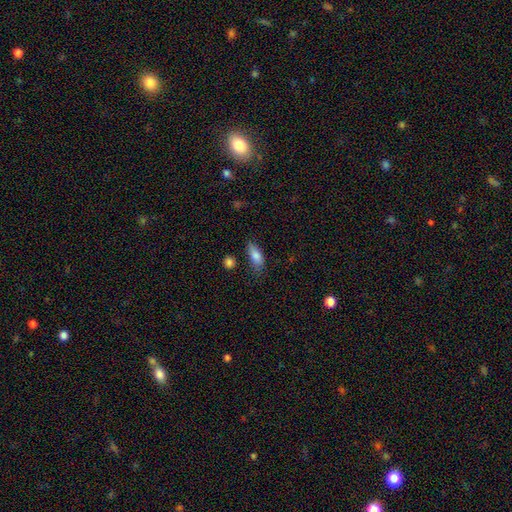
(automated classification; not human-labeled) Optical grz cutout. It shows a smooth galaxy with no disk features (82%) that is in between round and cigar-shaped (76%). Merging: none (62%).